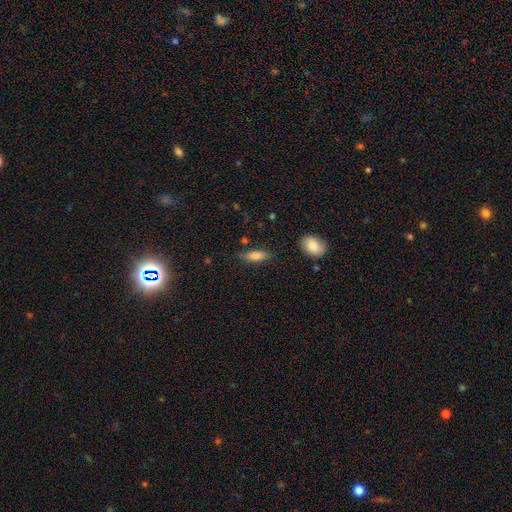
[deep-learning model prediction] This appears to be a smooth galaxy with no disk features (78%) that is in between round and cigar-shaped (66%). Merging: none (79%).